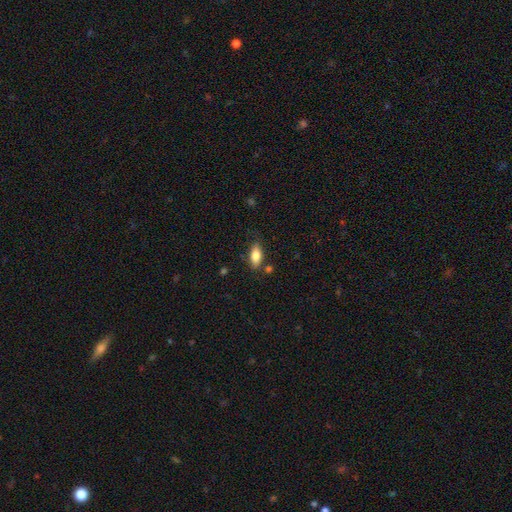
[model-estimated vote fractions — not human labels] A smooth galaxy with no disk features (80%) that is in between round and cigar-shaped (84%).

Vote fractions:
- Smooth or featured? smooth: 80% / featured or disk: 13% / star or artifact: 7%
- How rounded? in between: 84% / cigar-shaped: 13% / round: 3%
- Merging? none: 77% / minor disturbance: 15% / merger: 4% / major disturbance: 4%